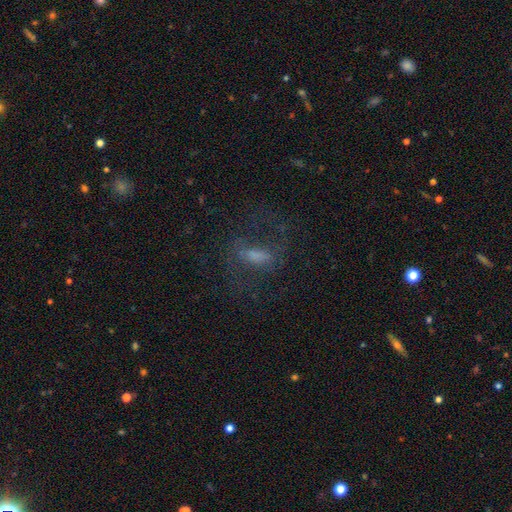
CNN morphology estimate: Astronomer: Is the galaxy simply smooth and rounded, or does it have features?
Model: featured or disk — 45% (runner-up: smooth, 37%).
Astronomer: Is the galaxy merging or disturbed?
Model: none — 54%.